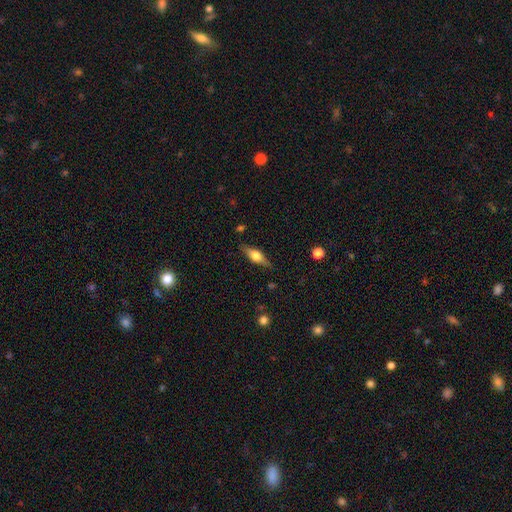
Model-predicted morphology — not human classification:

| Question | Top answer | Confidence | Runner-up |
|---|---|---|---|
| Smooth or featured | featured or disk | 54% | smooth (39%) |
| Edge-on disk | yes | 93% | no (7%) |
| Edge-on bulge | rounded | 91% | boxy (7%) |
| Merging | none | 83% | minor disturbance (12%) |